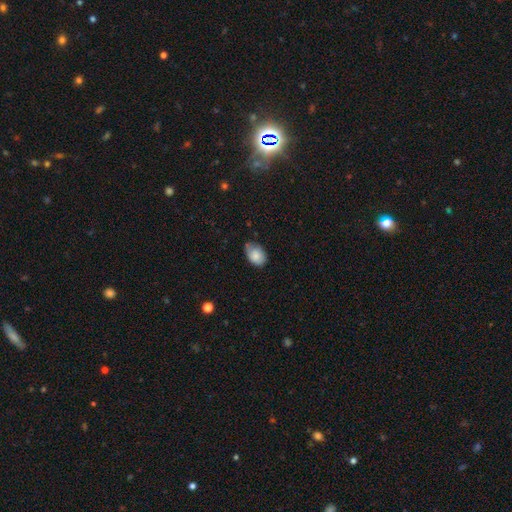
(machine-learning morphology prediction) smooth 81%, featured or disk 11%, star or artifact 7%. Down the decision tree: how rounded — in between (84%); merging — none (57%).